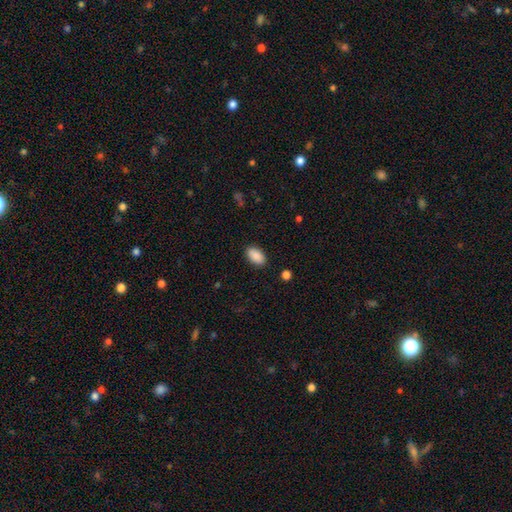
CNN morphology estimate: smooth 90%, star or artifact 7%, featured or disk 4%. Down the decision tree: how rounded — in between (94%); merging — none (88%).